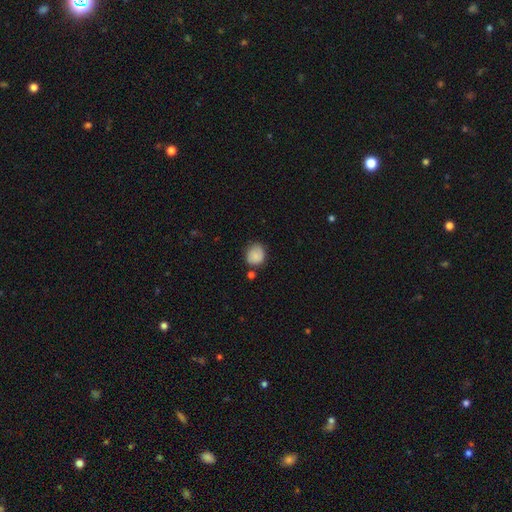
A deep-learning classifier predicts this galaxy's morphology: A smooth galaxy with no disk features (85%) that is round (76%). Merging: none (70%).